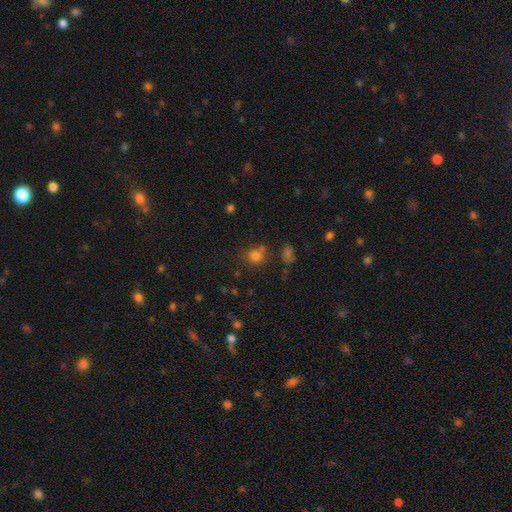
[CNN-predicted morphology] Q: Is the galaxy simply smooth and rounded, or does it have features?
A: smooth — 76%.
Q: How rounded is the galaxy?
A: round — 81%.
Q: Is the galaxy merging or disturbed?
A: none — 67%.